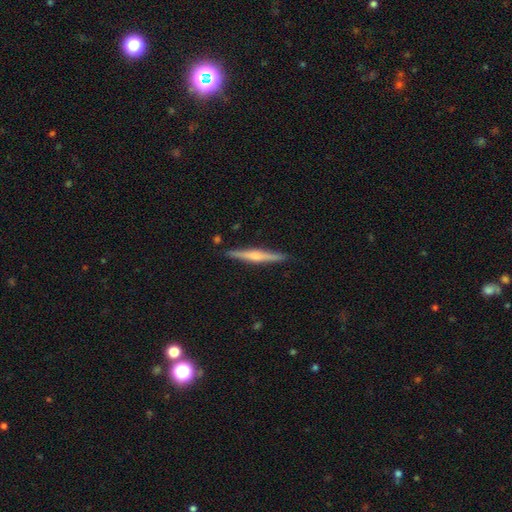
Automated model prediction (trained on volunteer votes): A featured or disk galaxy (67%) viewed edge-on (98%) with a rounded central bulge (74%). Merging: none (91%).